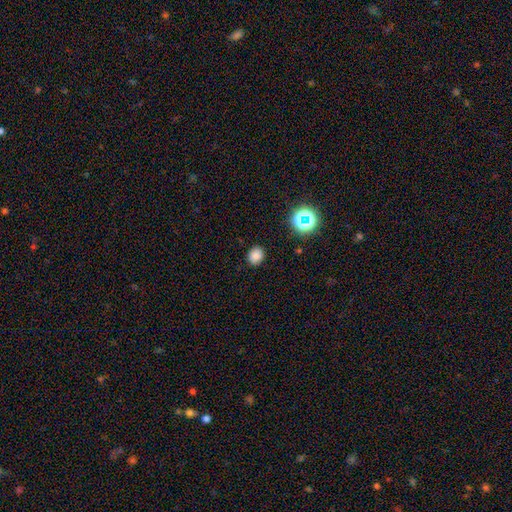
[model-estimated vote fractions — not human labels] A smooth galaxy with no disk features (80%) that is round (61%).

Vote fractions:
- Smooth or featured? smooth: 80% / star or artifact: 15% / featured or disk: 4%
- How rounded? round: 61% / in between: 38% / cigar-shaped: 1%
- Merging? none: 87% / minor disturbance: 9% / major disturbance: 3% / merger: 1%